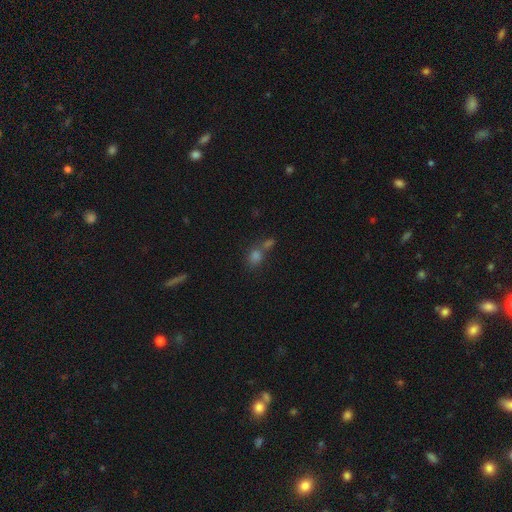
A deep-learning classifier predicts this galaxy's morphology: smooth-or-featured: smooth: 72% | star or artifact: 19% | featured or disk: 9%
  how-rounded: round: 56% | in between: 41% | cigar-shaped: 3%
  merging: none: 48% | merger: 39% | minor disturbance: 9% | major disturbance: 4%